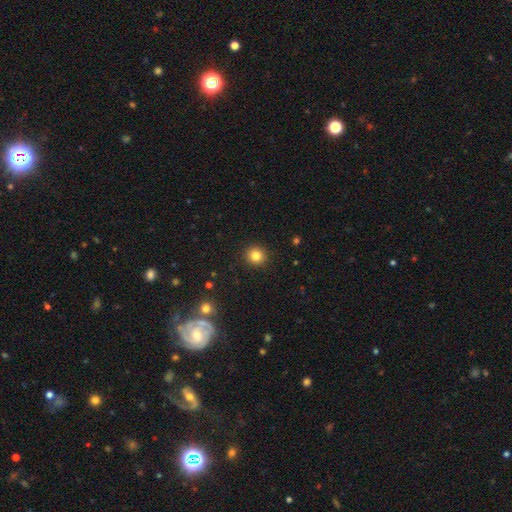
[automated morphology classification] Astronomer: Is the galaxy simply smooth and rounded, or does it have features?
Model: smooth — 83%.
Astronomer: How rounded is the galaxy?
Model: round — 90%.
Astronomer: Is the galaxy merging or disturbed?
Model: none — 92%.